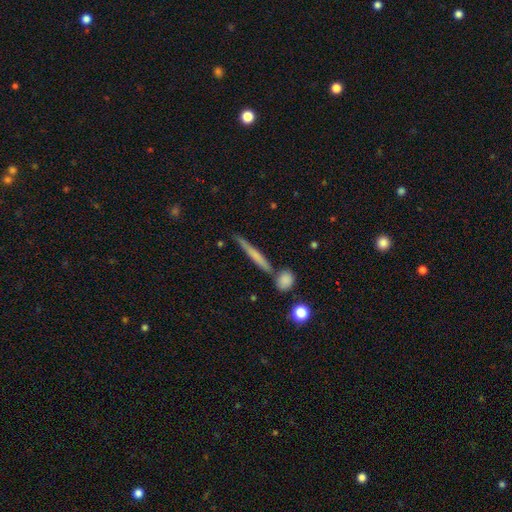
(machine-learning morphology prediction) smooth_or_featured: smooth (p=0.58) [alt: featured or disk p=0.35]
how_rounded: cigar-shaped (p=0.93) [alt: in between p=0.05]
merging: none (p=0.73) [alt: minor disturbance p=0.14]